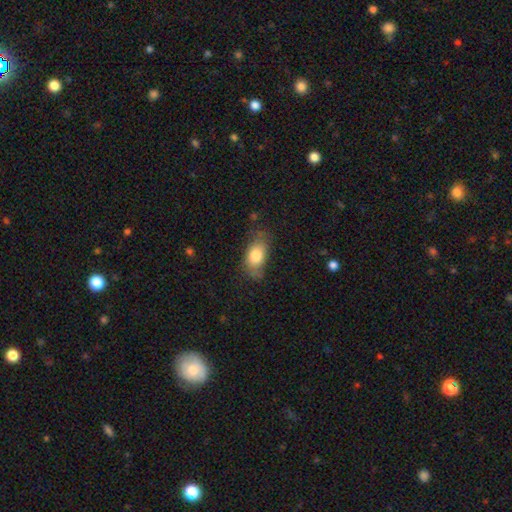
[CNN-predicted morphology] This is likely a smooth galaxy (79%). How rounded: clearly in between (89%). Merging: likely none (62%).